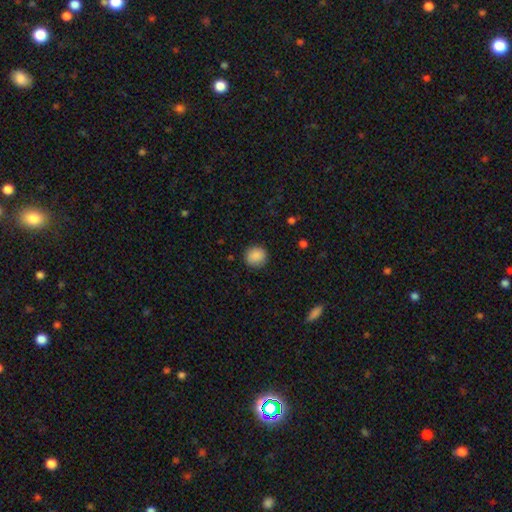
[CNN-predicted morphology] This is clearly a smooth galaxy (88%). How rounded: clearly round (89%). Merging: clearly none (88%).